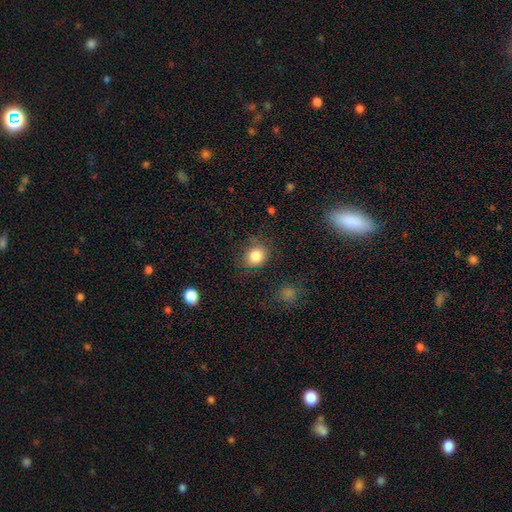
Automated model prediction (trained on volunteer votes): smooth 83%, star or artifact 11%, featured or disk 6%. Down the decision tree: how rounded — round (70%); merging — none (77%).